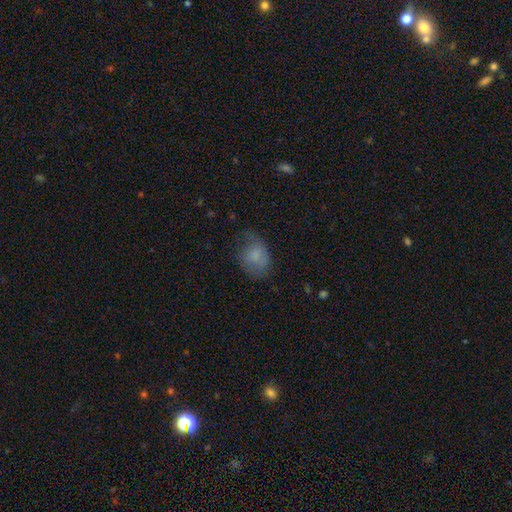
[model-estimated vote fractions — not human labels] Smooth or featured? smooth (75%)
How rounded? in between (68%)
Merging? none (49%)